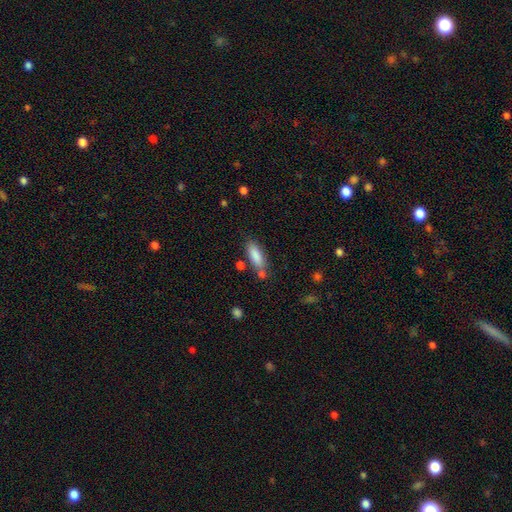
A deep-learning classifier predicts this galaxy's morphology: This appears to be a smooth galaxy with no disk features (85%) that is in between round and cigar-shaped (63%). Merging: none (70%).